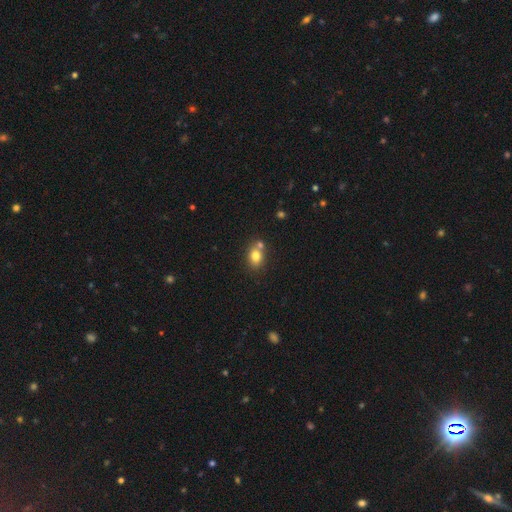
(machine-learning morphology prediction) Smooth or featured?
  - smooth: 78% *
  - star or artifact: 11%
  - featured or disk: 11%
How rounded?
  - in between: 50% *
  - round: 49%
  - cigar-shaped: 1%
Merging?
  - none: 57% *
  - merger: 29%
  - minor disturbance: 11%
  - major disturbance: 3%